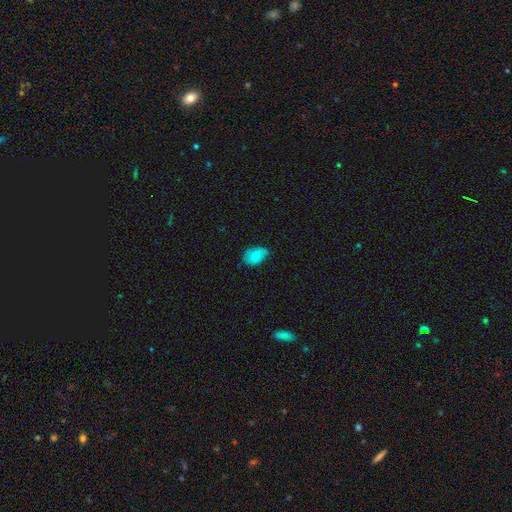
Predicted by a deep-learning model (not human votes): This appears to be a smooth galaxy with no disk features (80%) that is in between round and cigar-shaped (86%). Merging: none (66%).